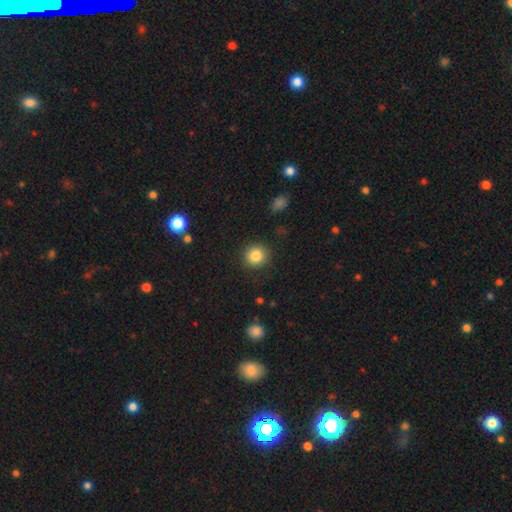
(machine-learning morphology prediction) Overall: smooth (85%). How rounded: round (90%). Merging: none (90%).